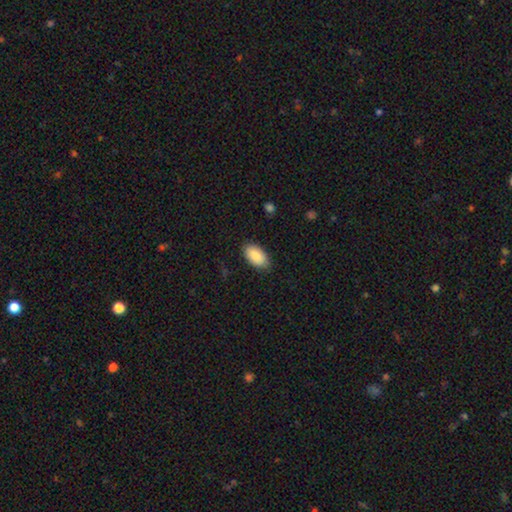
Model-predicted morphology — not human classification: A smooth galaxy with no disk features (88%) that is in between round and cigar-shaped (95%). Merging: none (85%).